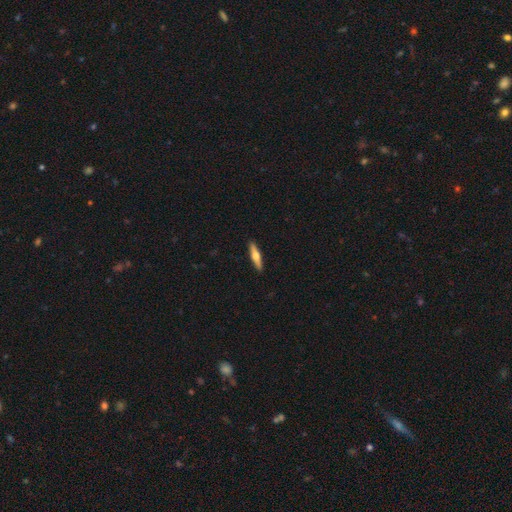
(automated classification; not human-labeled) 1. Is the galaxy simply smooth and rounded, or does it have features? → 49% featured or disk, 45% smooth, 5% star or artifact.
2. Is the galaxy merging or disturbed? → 91% none, 6% minor disturbance, 1% major disturbance, 1% merger.